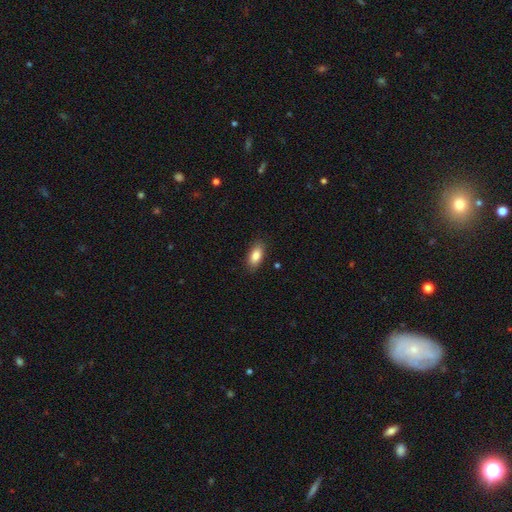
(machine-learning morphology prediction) A smooth galaxy with no disk features (85%) that is in between round and cigar-shaped (89%). Merging: none (87%).